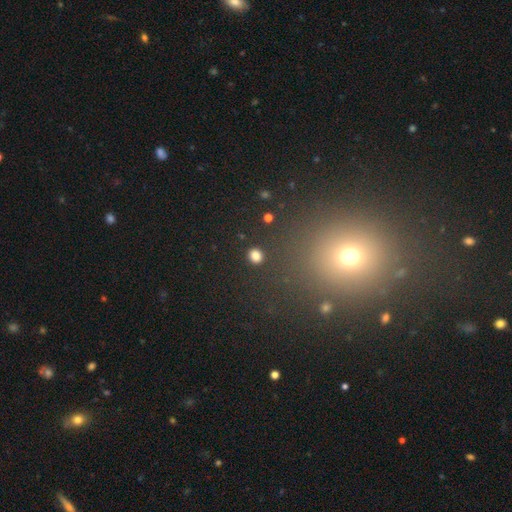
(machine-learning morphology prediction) Smooth or featured? smooth (83%)
How rounded? round (83%)
Merging? none (91%)